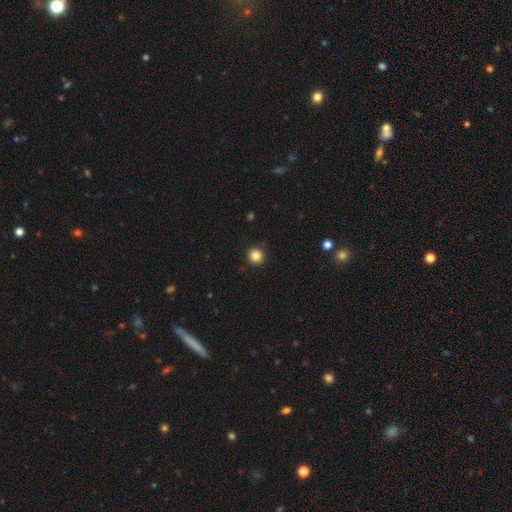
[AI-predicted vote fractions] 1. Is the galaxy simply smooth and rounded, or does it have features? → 84% smooth, 12% star or artifact, 4% featured or disk.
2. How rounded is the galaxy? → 95% round, 4% in between, 1% cigar-shaped.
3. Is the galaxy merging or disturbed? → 90% none, 7% minor disturbance, 2% major disturbance, 1% merger.